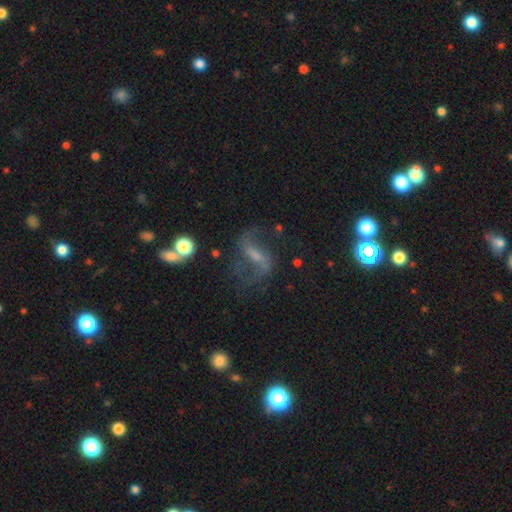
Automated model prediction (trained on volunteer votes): A featured or disk galaxy (76%) with a weak bar (42%, tied with strong), 2 (90%) loose (64%) spiral arms (91%) and a small central bulge (41%). Merging: none (64%).